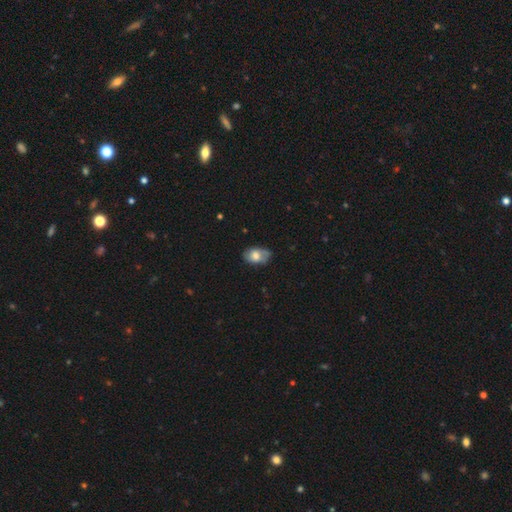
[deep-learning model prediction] smooth_or_featured: smooth (p=0.67) [alt: featured or disk p=0.26]
how_rounded: in between (p=0.86) [alt: round p=0.13]
merging: none (p=0.71) [alt: minor disturbance p=0.23]